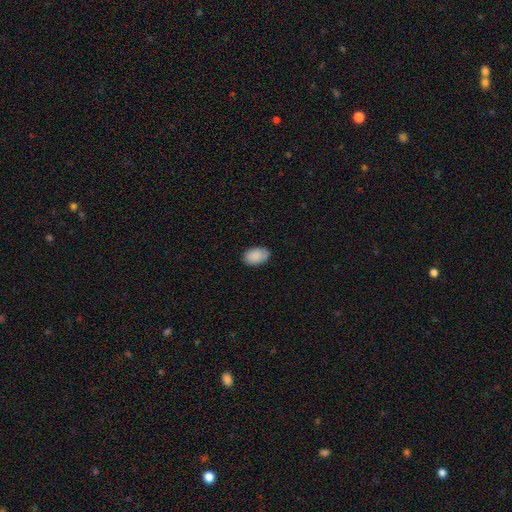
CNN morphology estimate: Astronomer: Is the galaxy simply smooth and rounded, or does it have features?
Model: smooth — 90%.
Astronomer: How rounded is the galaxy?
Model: in between — 92%.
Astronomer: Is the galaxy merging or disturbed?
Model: none — 86%.